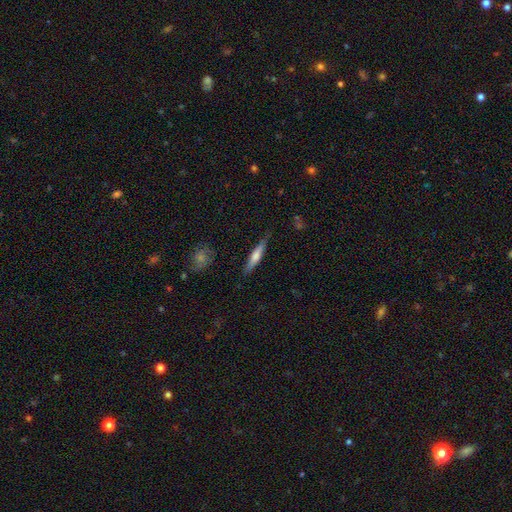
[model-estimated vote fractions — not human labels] Smooth or featured?
  - smooth: 56% *
  - featured or disk: 38%
  - star or artifact: 6%
How rounded?
  - cigar-shaped: 87% *
  - in between: 11%
  - round: 2%
Merging?
  - none: 83% *
  - minor disturbance: 13%
  - major disturbance: 3%
  - merger: 2%